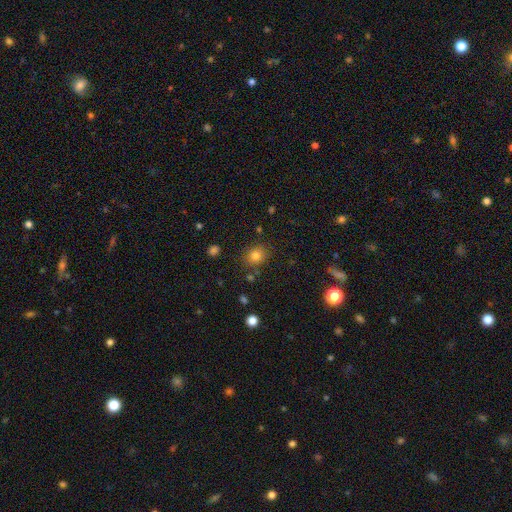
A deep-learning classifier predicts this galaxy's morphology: This appears to be a smooth galaxy with no disk features (80%) that is round (70%). Merging: none (82%).